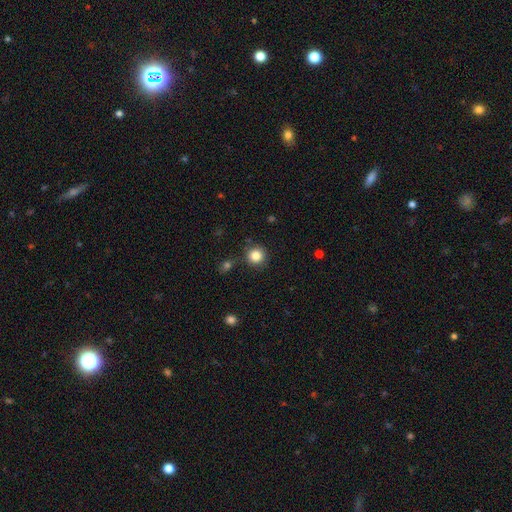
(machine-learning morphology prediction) Smooth or featured? smooth (84%)
How rounded? round (93%)
Merging? none (85%)